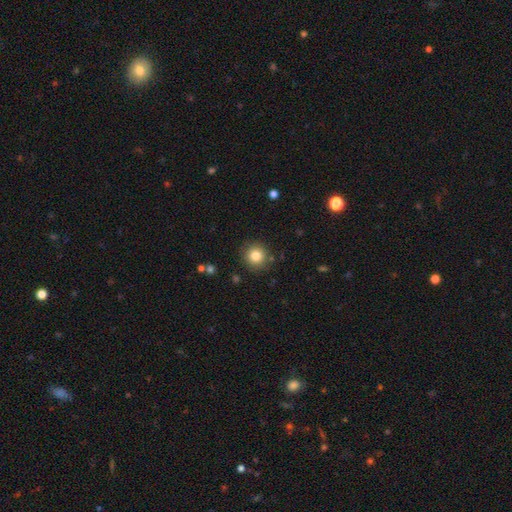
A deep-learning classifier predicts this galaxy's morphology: Smooth or featured? smooth (83%)
How rounded? round (94%)
Merging? none (88%)